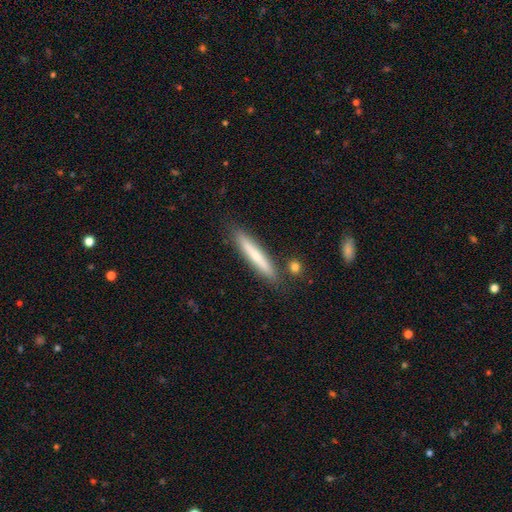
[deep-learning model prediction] smooth_or_featured: smooth (p=0.60) [alt: featured or disk p=0.34]
how_rounded: cigar-shaped (p=0.94) [alt: in between p=0.05]
merging: none (p=0.86) [alt: minor disturbance p=0.09]